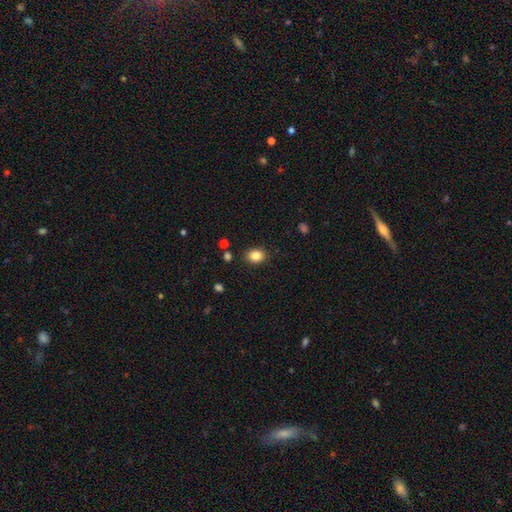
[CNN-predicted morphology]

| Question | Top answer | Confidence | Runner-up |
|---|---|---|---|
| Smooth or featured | smooth | 85% | star or artifact (10%) |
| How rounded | in between | 56% | round (44%) |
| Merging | none | 87% | minor disturbance (9%) |